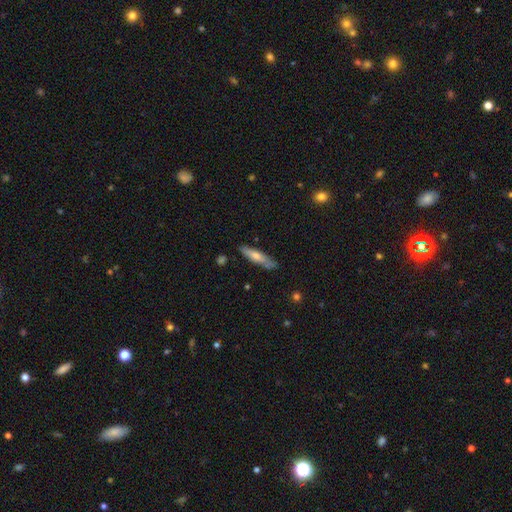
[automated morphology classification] This appears to be a smooth galaxy with no disk features (54%) that is cigar-shaped (77%). Merging: none (77%).